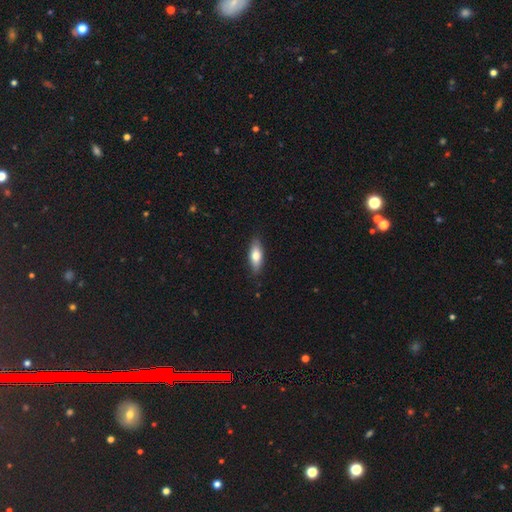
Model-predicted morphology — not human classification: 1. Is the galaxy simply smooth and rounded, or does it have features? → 71% smooth, 23% featured or disk, 6% star or artifact.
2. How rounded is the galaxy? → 68% in between, 30% cigar-shaped, 3% round.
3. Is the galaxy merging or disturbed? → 86% none, 11% minor disturbance, 2% major disturbance, 1% merger.